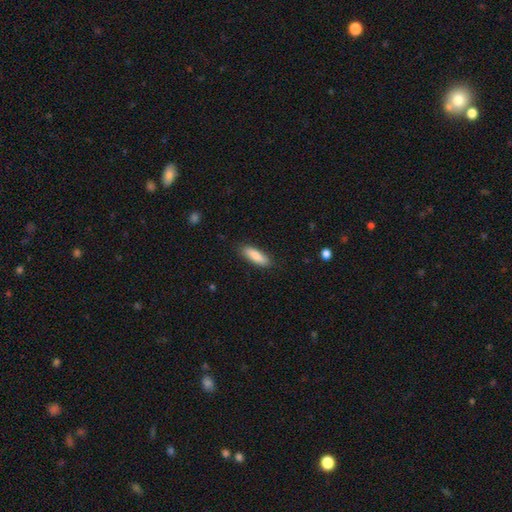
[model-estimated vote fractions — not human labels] smooth 85%, featured or disk 9%, star or artifact 6%. Down the decision tree: how rounded — in between (51%); merging — none (86%).